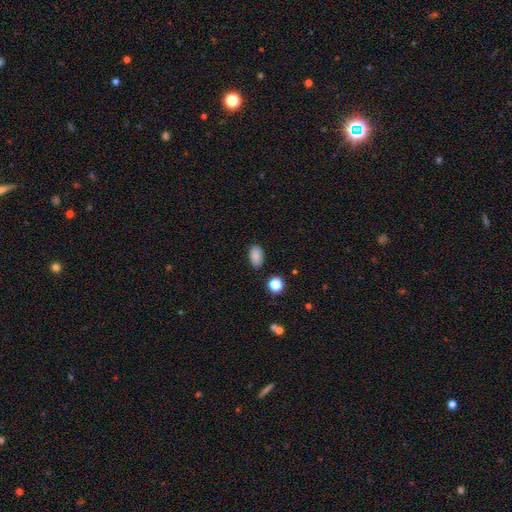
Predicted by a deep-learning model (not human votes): Morphology: type=smooth (85%); roundness=in between (90%); merging=none (84%).